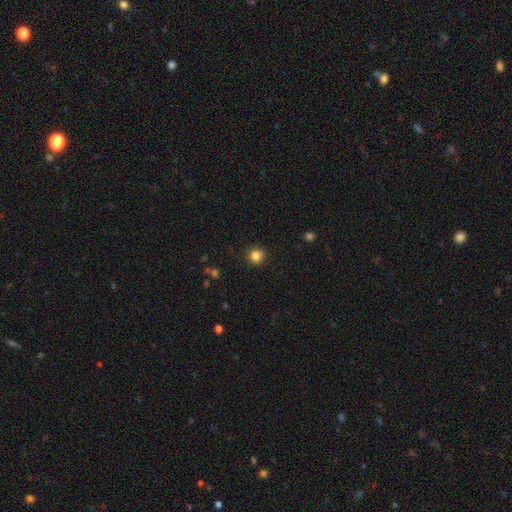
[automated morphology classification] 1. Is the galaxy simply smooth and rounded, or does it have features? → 83% smooth, 12% star or artifact, 5% featured or disk.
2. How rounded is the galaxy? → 88% round, 11% in between, 1% cigar-shaped.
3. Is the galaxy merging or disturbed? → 85% none, 10% minor disturbance, 2% major disturbance, 2% merger.